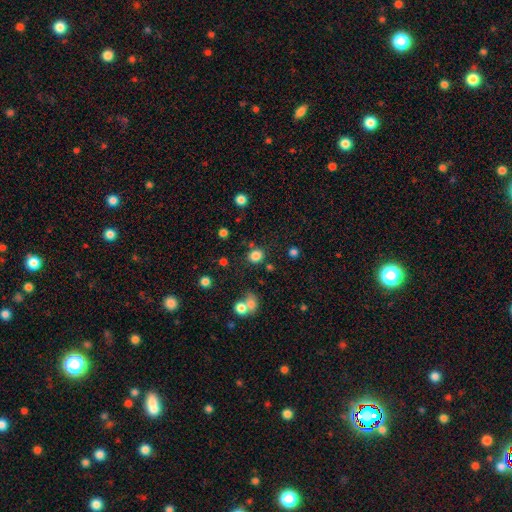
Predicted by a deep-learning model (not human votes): smooth-or-featured: smooth: 82% | star or artifact: 13% | featured or disk: 5%
  how-rounded: round: 77% | in between: 23% | cigar-shaped: 1%
  merging: none: 79% | minor disturbance: 10% | merger: 7% | major disturbance: 4%